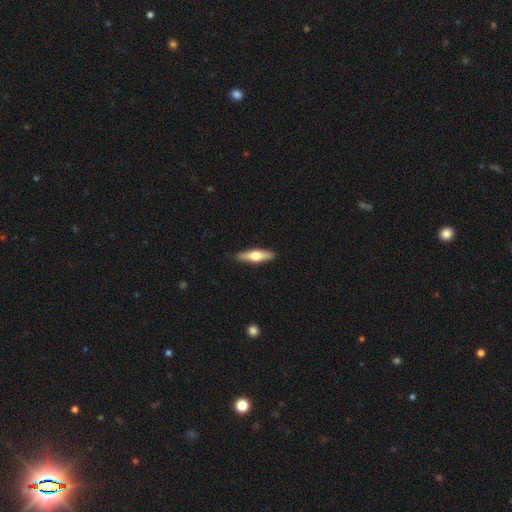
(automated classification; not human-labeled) Smooth or featured? featured or disk (49%)
Merging? none (90%)